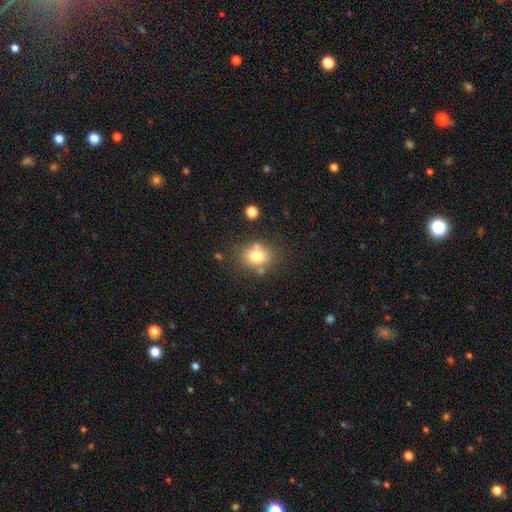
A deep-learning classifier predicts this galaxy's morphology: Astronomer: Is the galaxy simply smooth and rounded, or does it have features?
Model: smooth — 75%.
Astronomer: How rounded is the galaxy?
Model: round — 64%.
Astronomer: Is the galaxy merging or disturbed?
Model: none — 72%.